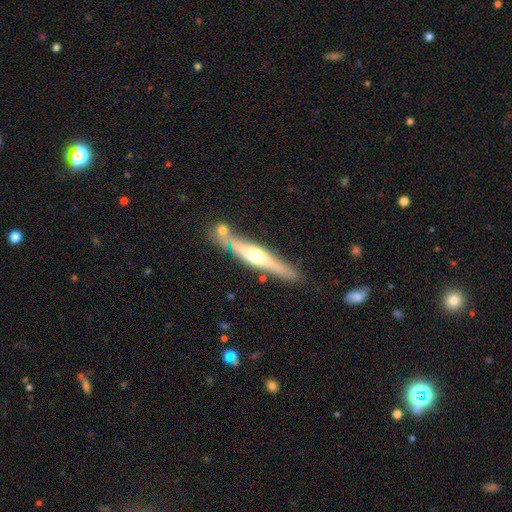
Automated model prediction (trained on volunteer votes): A featured or disk galaxy (60%) viewed edge-on (91%) with a rounded central bulge (88%). Merging: none (67%).